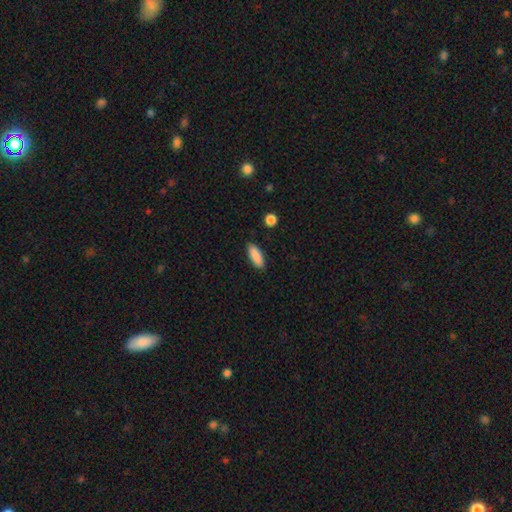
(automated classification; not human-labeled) Smooth or featured: smooth — 89% (star or artifact — 6%)
How rounded: in between — 66% (cigar-shaped — 33%)
Merging: none — 88% (minor disturbance — 9%)